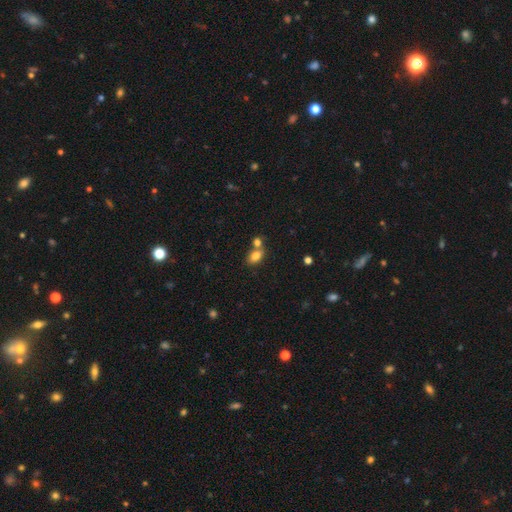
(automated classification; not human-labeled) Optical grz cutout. It shows a smooth galaxy with no disk features (81%) that is in between round and cigar-shaped (84%). Merging: none (52%).